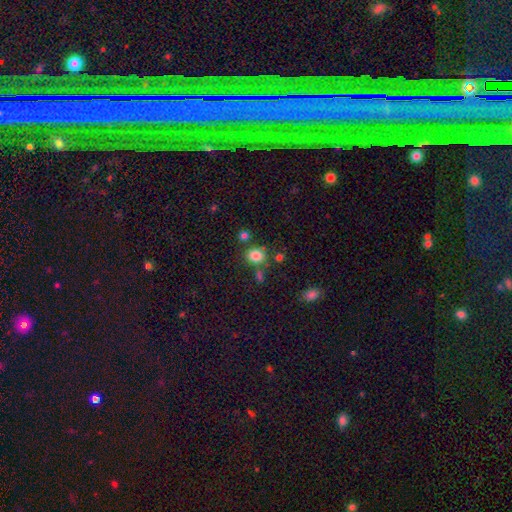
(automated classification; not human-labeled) smooth_or_featured: smooth (p=0.83) [alt: star or artifact p=0.12]
how_rounded: round (p=0.67) [alt: in between p=0.32]
merging: none (p=0.73) [alt: minor disturbance p=0.12]